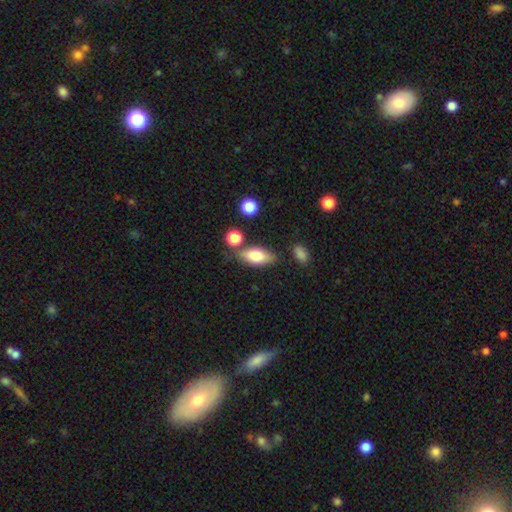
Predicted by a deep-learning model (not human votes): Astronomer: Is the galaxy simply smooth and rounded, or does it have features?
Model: smooth — 73%.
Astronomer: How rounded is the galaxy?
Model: in between — 83%.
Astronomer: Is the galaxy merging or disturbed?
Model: none — 73%.